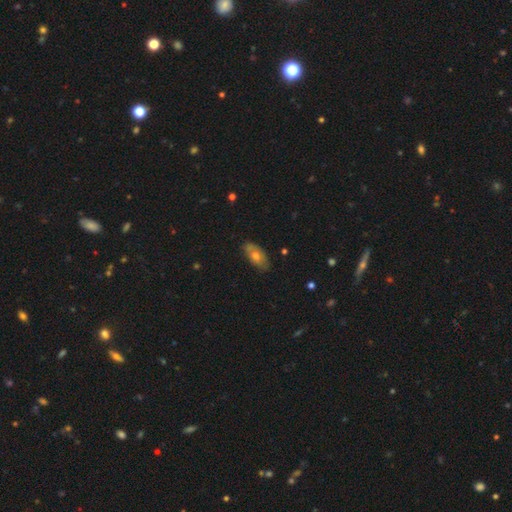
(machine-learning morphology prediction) Smooth or featured: smooth — 57% (featured or disk — 34%)
How rounded: in between — 87% (cigar-shaped — 8%)
Merging: none — 79% (minor disturbance — 17%)